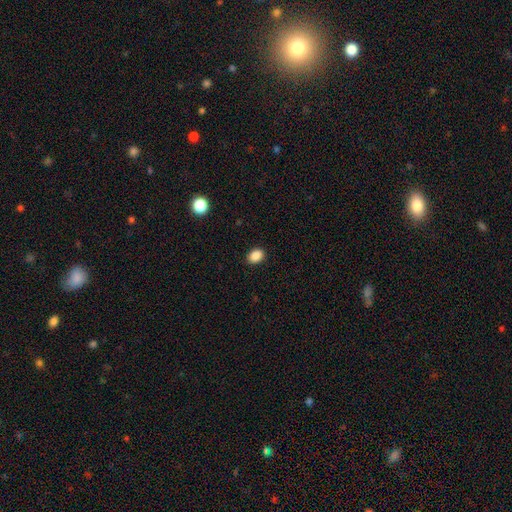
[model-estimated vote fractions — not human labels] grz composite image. It shows a smooth galaxy with no disk features (88%) that is in between round and cigar-shaped (68%). Merging: none (90%).